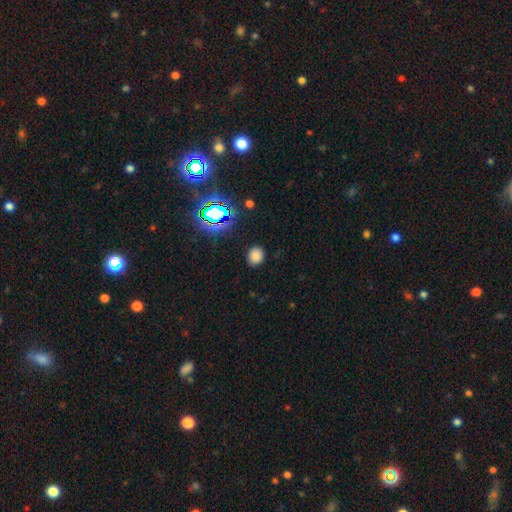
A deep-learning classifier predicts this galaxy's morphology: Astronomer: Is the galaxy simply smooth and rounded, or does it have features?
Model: smooth — 77%.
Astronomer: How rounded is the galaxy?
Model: round — 64%.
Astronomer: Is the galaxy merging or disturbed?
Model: none — 87%.